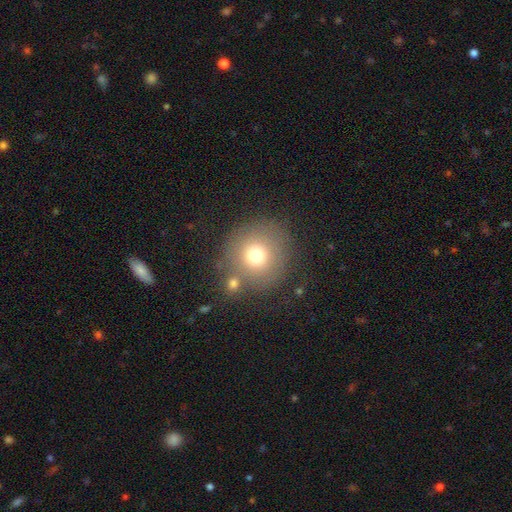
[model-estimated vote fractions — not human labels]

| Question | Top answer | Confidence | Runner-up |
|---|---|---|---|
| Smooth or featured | smooth | 73% | featured or disk (14%) |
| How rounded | round | 92% | in between (7%) |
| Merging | none | 74% | minor disturbance (11%) |